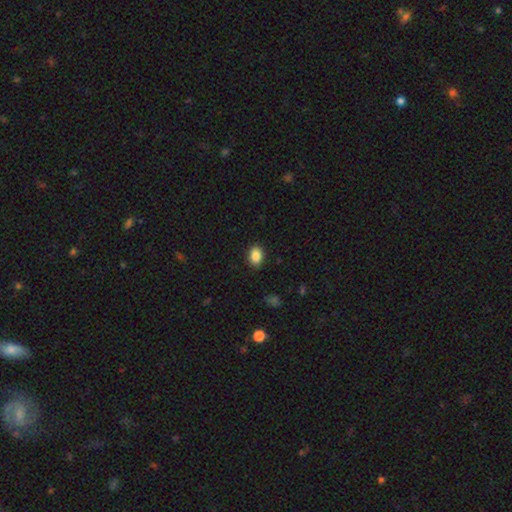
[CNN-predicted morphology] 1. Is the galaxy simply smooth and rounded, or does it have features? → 88% smooth, 8% star or artifact, 4% featured or disk.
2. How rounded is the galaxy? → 79% in between, 20% round, 1% cigar-shaped.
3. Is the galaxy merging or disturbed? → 88% none, 9% minor disturbance, 2% major disturbance, 1% merger.